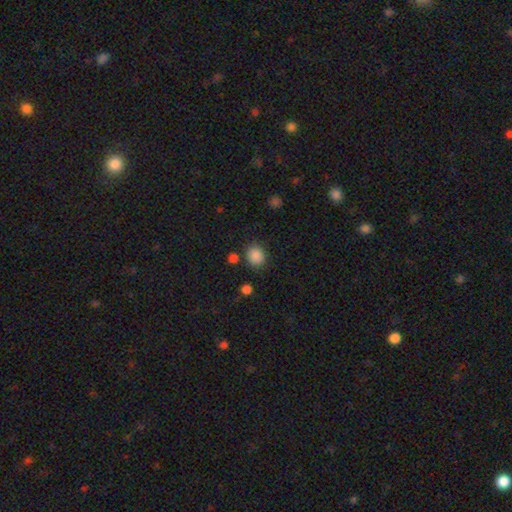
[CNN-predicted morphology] This appears to be a smooth galaxy with no disk features (86%) that is round (74%). Merging: none (83%).